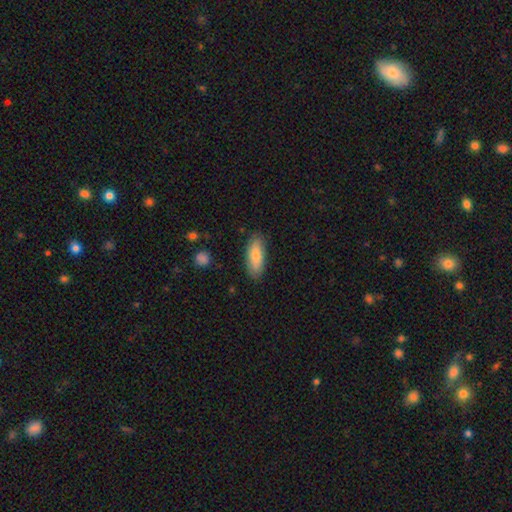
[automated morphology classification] This is likely a smooth galaxy (79%). How rounded: likely in between (75%). Merging: clearly none (84%).